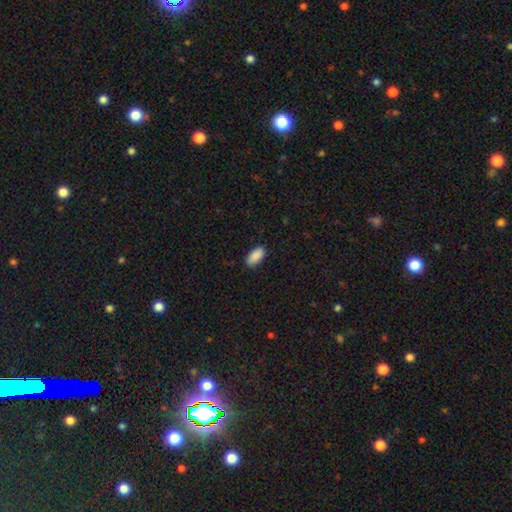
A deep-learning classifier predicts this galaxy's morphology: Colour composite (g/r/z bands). It shows a smooth galaxy with no disk features (90%) that is in between round and cigar-shaped (93%). Merging: none (85%).